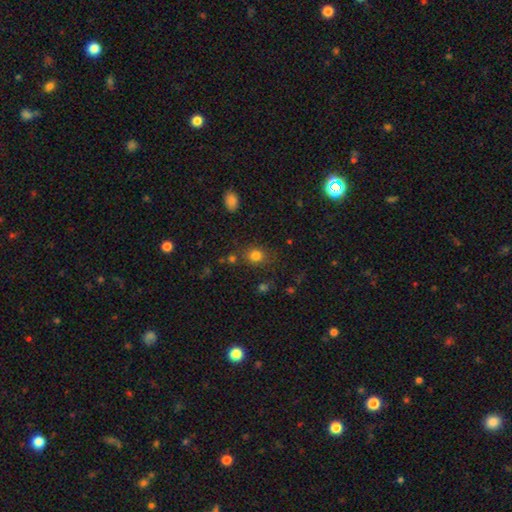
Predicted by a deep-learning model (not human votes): Smooth or featured?
  - smooth: 79% *
  - star or artifact: 15%
  - featured or disk: 7%
How rounded?
  - round: 68% *
  - in between: 31%
  - cigar-shaped: 1%
Merging?
  - none: 78% *
  - minor disturbance: 12%
  - merger: 5%
  - major disturbance: 4%